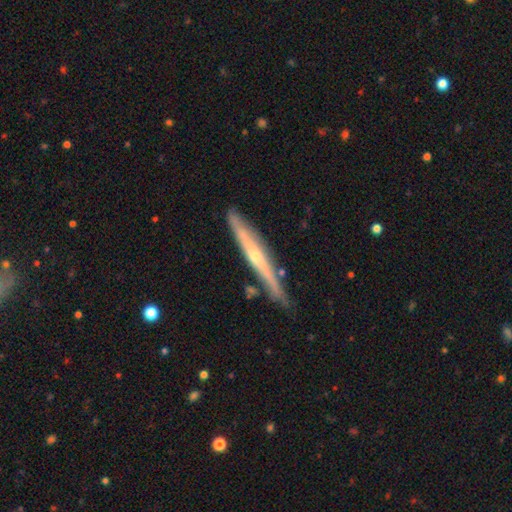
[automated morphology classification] Smooth or featured? featured or disk (73%)
Edge-on disk? yes (93%)
Edge-on bulge? rounded (68%)
Merging? none (79%)